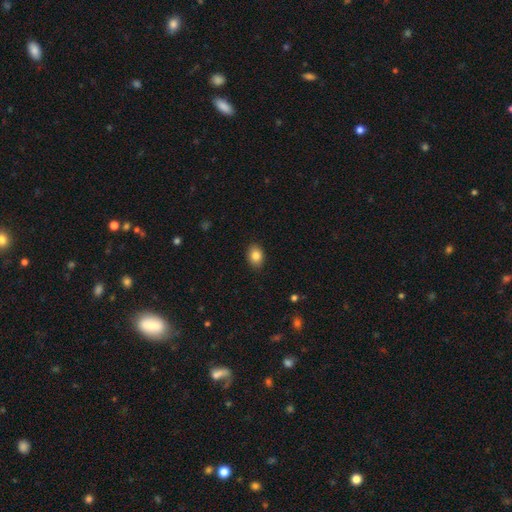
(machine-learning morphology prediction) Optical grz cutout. It shows a smooth galaxy with no disk features (84%) that is in between round and cigar-shaped (70%). Merging: none (89%).